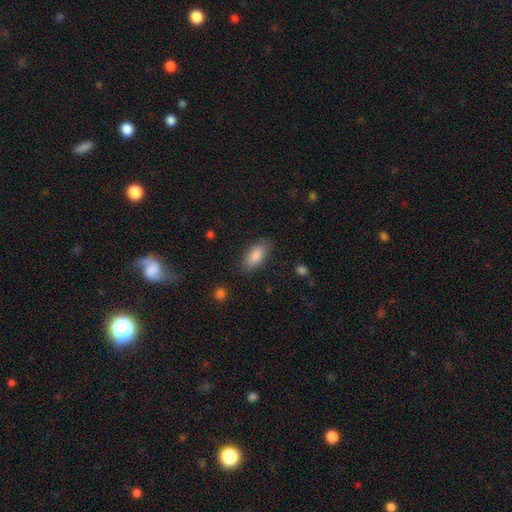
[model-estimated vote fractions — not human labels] This is clearly a smooth galaxy (84%). How rounded: clearly in between (89%). Merging: clearly none (82%).